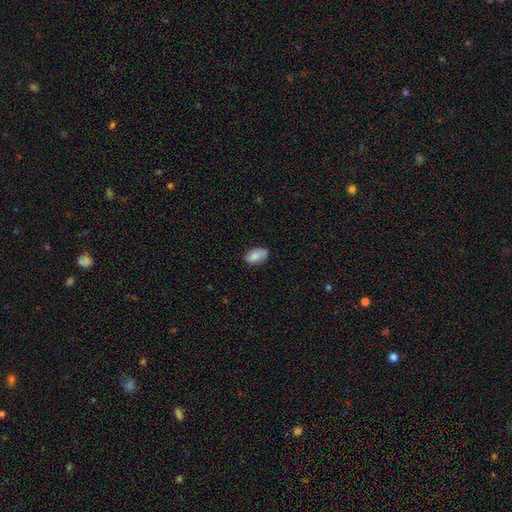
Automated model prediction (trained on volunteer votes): Smooth or featured?
  - smooth: 80% *
  - featured or disk: 13%
  - star or artifact: 7%
How rounded?
  - in between: 92% *
  - round: 6%
  - cigar-shaped: 2%
Merging?
  - none: 66% *
  - minor disturbance: 26%
  - major disturbance: 5%
  - merger: 4%